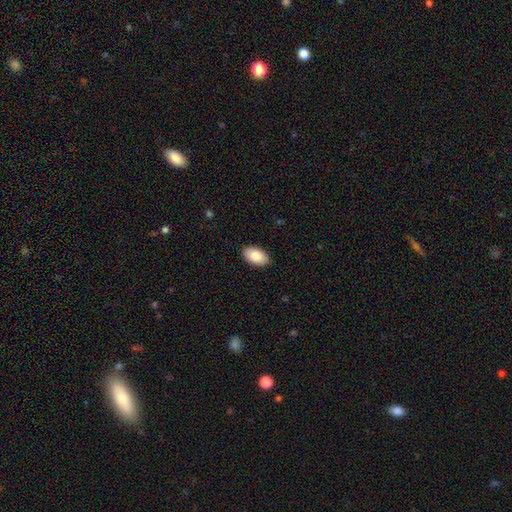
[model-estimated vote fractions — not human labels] Smooth or featured?
  - smooth: 83% *
  - featured or disk: 10%
  - star or artifact: 6%
How rounded?
  - in between: 94% *
  - round: 5%
  - cigar-shaped: 1%
Merging?
  - none: 90% *
  - minor disturbance: 8%
  - major disturbance: 2%
  - merger: 1%